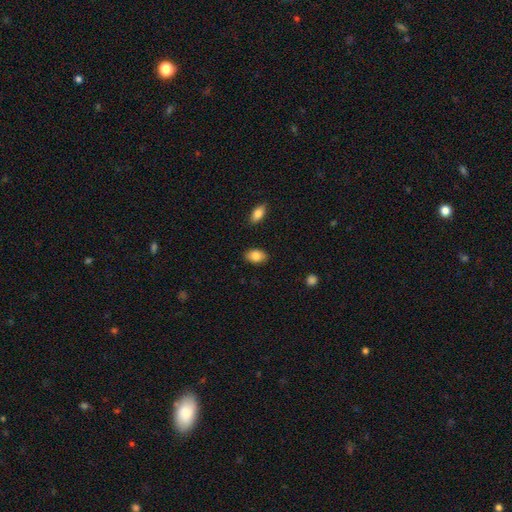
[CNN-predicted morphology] Q: Smooth or featured?
A: smooth (85%); runner-up: featured or disk (8%)
Q: How rounded?
A: in between (89%); runner-up: round (9%)
Q: Merging?
A: none (86%); runner-up: minor disturbance (10%)